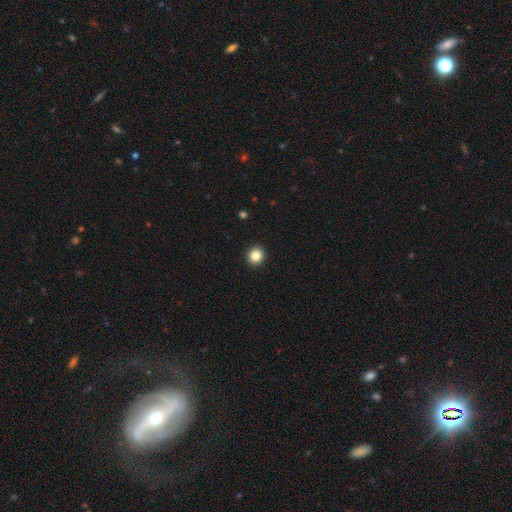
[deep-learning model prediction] Smooth or featured: smooth — 85% (star or artifact — 10%)
How rounded: round — 91% (in between — 8%)
Merging: none — 93% (minor disturbance — 4%)